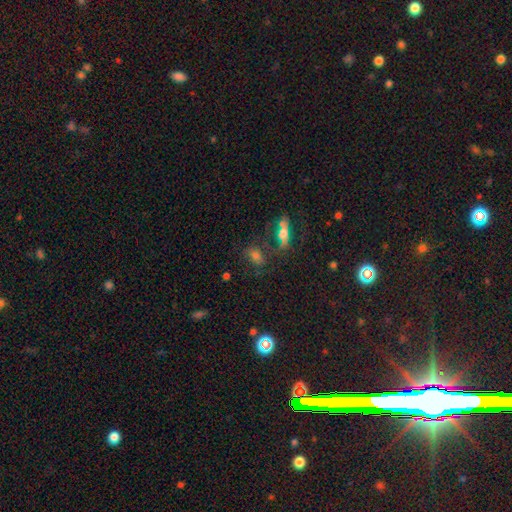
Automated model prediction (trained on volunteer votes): smooth_or_featured: smooth (p=0.49) [alt: featured or disk p=0.26]
merging: none (p=0.58) [alt: merger p=0.16]